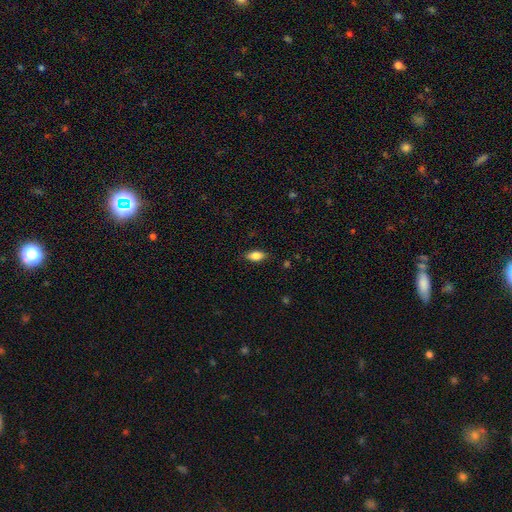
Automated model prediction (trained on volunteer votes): Smooth or featured? smooth (82%)
How rounded? in between (86%)
Merging? none (85%)